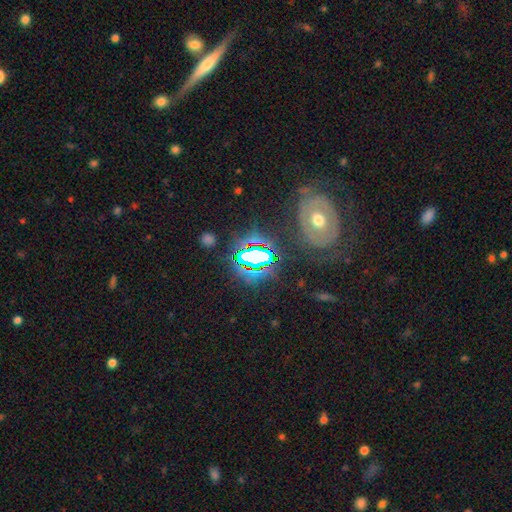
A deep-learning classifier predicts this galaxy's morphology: A star or artifact, not a galaxy (66%).